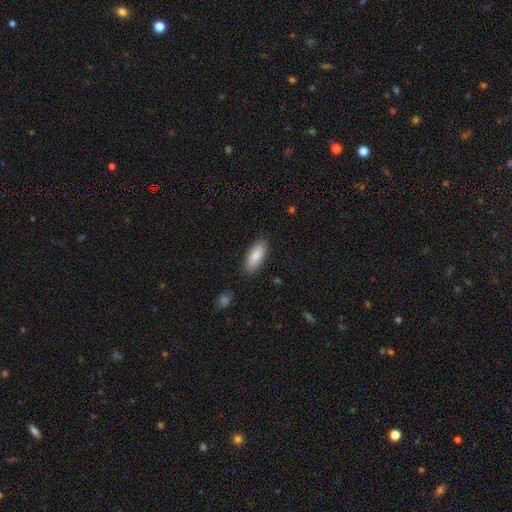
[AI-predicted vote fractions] smooth-or-featured: smooth: 85% | featured or disk: 9% | star or artifact: 6%
  how-rounded: in between: 75% | cigar-shaped: 24% | round: 2%
  merging: none: 86% | minor disturbance: 10% | major disturbance: 2% | merger: 2%